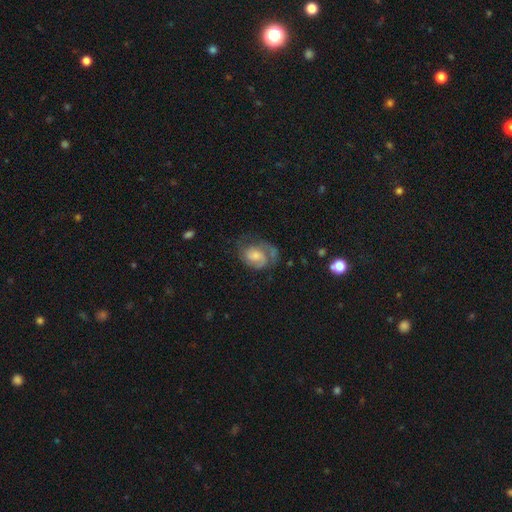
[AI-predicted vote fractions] featured or disk 70%, smooth 23%, star or artifact 7%. Down the decision tree: edge-on disk — no (97%); bar — no (61%); spiral arms — yes (91%); spiral arm count — 1 (41%); spiral winding — medium (42%); bulge size — small (40%); merging — none (49%).